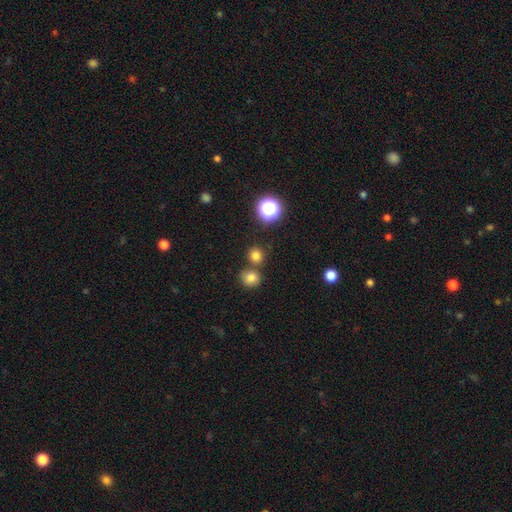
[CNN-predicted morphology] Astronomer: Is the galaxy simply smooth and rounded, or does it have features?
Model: smooth — 77%.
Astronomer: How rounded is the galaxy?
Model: round — 88%.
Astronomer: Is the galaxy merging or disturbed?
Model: none — 69%.